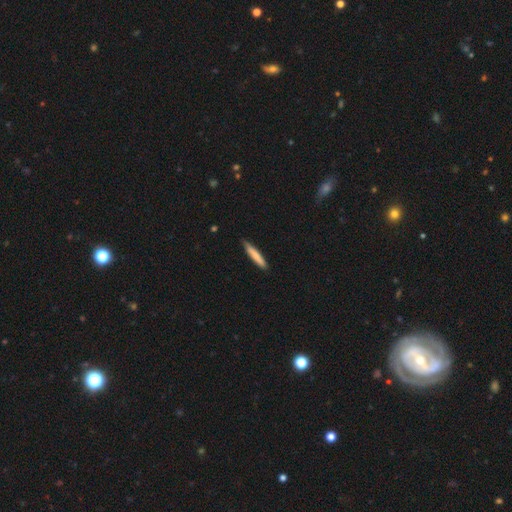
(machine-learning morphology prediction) A smooth galaxy with no disk features (73%) that is cigar-shaped (92%).

Vote fractions:
- Smooth or featured? smooth: 73% / featured or disk: 22% / star or artifact: 5%
- How rounded? cigar-shaped: 92% / in between: 7% / round: 1%
- Merging? none: 83% / minor disturbance: 14% / major disturbance: 2% / merger: 1%